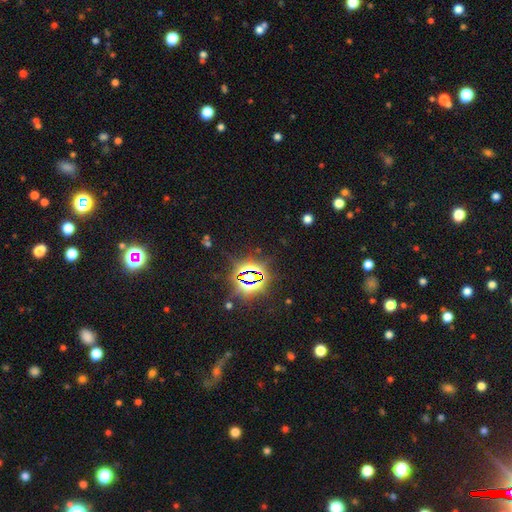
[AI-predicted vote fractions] A star or artifact, not a galaxy (81%).